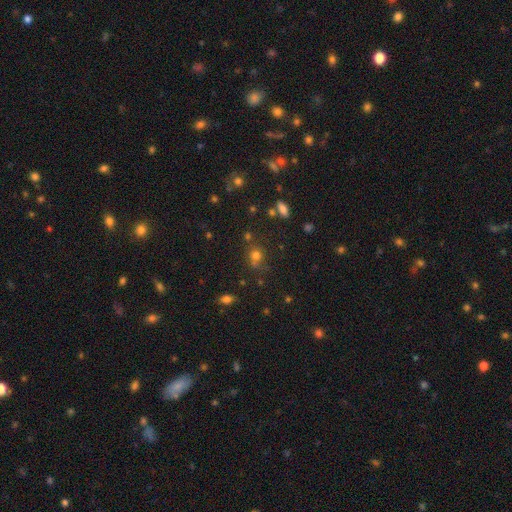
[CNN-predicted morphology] type=smooth (71%); roundness=round (77%); merging=none (61%).